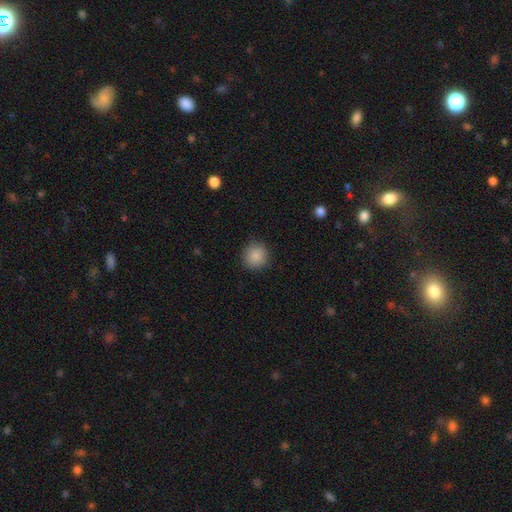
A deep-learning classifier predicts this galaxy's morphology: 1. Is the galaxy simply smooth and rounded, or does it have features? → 88% smooth, 9% star or artifact, 3% featured or disk.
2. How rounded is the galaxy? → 92% round, 7% in between, 1% cigar-shaped.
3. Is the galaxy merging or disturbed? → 89% none, 8% minor disturbance, 2% major disturbance, 1% merger.